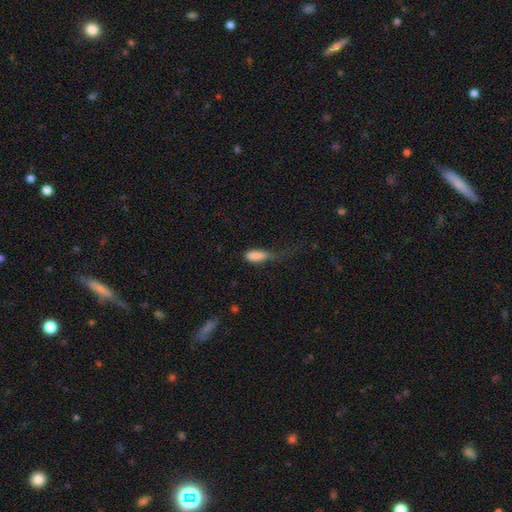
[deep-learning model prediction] Smooth or featured?
  - smooth: 83% *
  - star or artifact: 9%
  - featured or disk: 8%
How rounded?
  - in between: 66% *
  - cigar-shaped: 30%
  - round: 3%
Merging?
  - major disturbance: 38% *
  - minor disturbance: 33%
  - none: 25%
  - merger: 4%